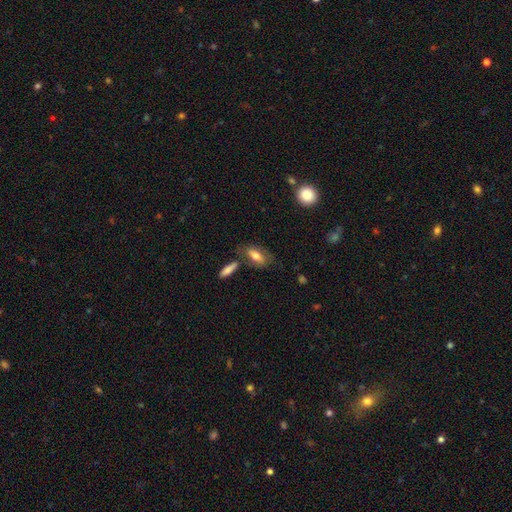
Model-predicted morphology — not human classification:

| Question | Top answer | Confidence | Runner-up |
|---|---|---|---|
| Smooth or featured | smooth | 68% | featured or disk (25%) |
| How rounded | in between | 82% | cigar-shaped (13%) |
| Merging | none | 62% | minor disturbance (19%) |